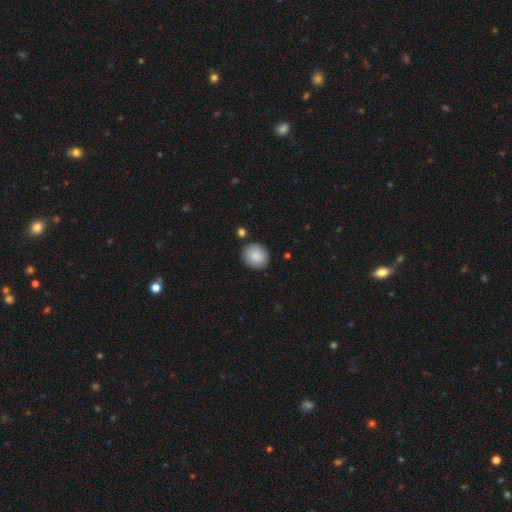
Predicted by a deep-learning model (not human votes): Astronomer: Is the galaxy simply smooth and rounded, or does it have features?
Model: smooth — 88%.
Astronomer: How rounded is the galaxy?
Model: round — 80%.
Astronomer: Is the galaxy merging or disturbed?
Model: none — 87%.